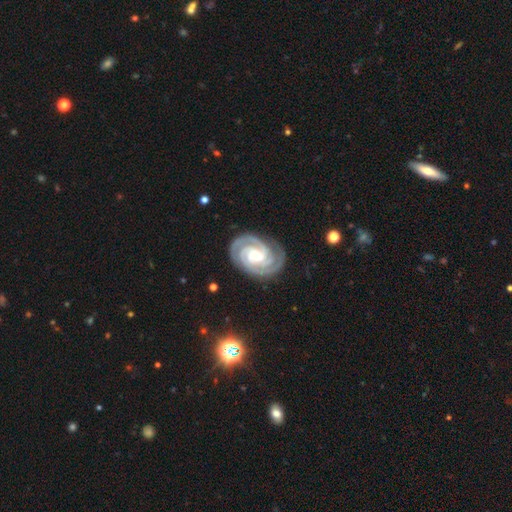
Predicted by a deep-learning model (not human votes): featured or disk 93%, star or artifact 4%, smooth 3%. Down the decision tree: edge-on disk — no (98%); bar — no (42%); spiral arms — yes (99%); spiral arm count — 3 (44%); spiral winding — tight (79%); bulge size — moderate (48%); merging — none (84%).